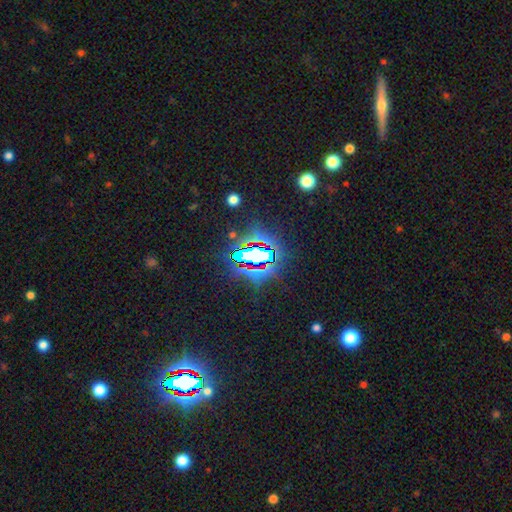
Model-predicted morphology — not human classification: This appears to be a star or artifact, not a galaxy (74%).